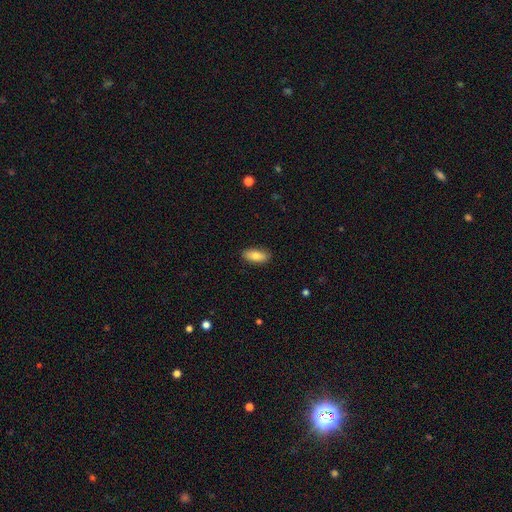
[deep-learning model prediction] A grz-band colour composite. It shows a smooth galaxy with no disk features (79%) that is in between round and cigar-shaped (87%). Merging: none (88%).